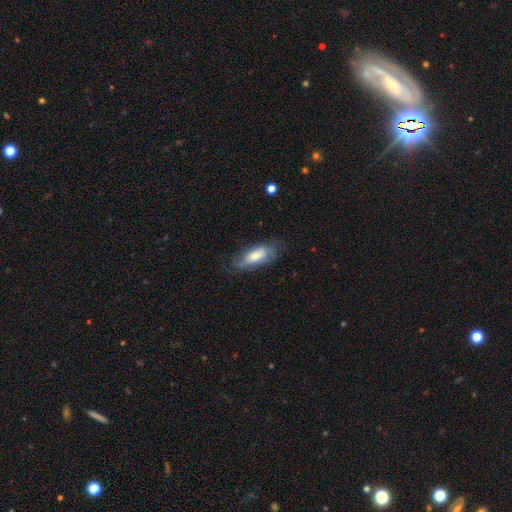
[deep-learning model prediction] Smooth or featured?
  - smooth: 63% *
  - featured or disk: 30%
  - star or artifact: 7%
How rounded?
  - in between: 73% *
  - cigar-shaped: 25%
  - round: 2%
Merging?
  - none: 61% *
  - minor disturbance: 25%
  - major disturbance: 12%
  - merger: 1%